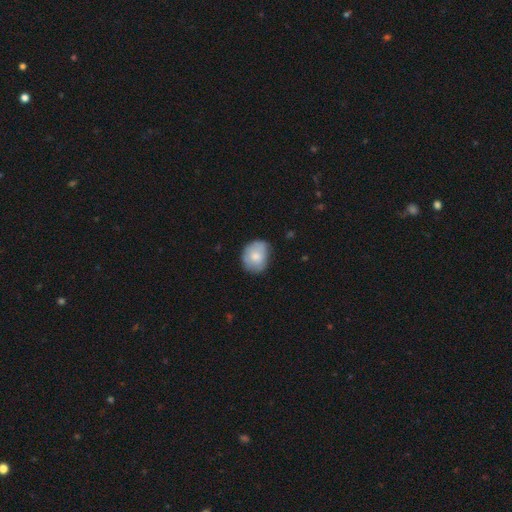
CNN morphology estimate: Overall: smooth (71%). How rounded: round (54%; in between 45%). Merging: none (58%; minor disturbance 32%).